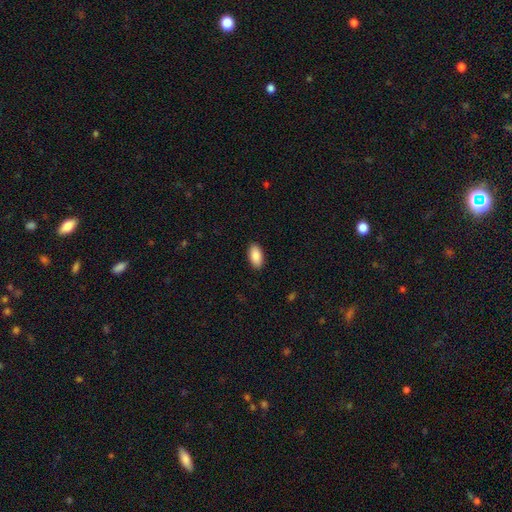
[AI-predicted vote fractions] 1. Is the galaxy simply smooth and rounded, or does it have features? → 88% smooth, 6% star or artifact, 6% featured or disk.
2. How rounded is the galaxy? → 94% in between, 3% cigar-shaped, 2% round.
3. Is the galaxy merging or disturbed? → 90% none, 7% minor disturbance, 2% major disturbance, 1% merger.